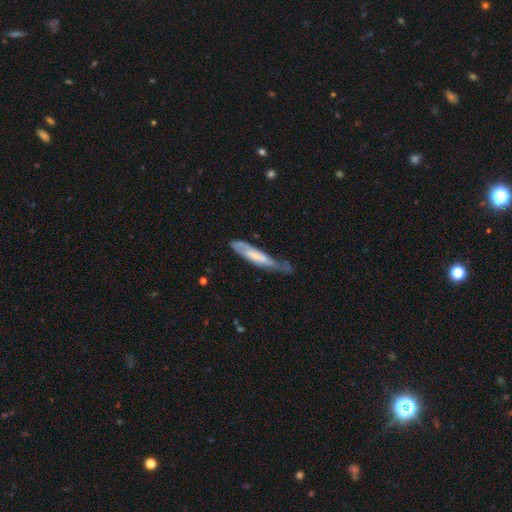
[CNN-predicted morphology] type=featured or disk (52%); edge-on=no (58%); merging=minor disturbance (37%).